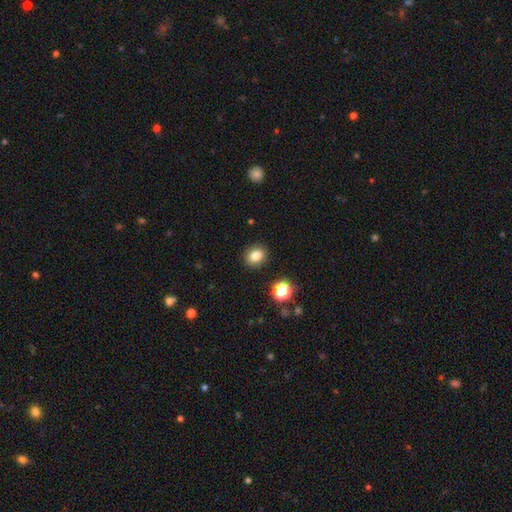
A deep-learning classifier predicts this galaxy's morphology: Smooth or featured?
  - smooth: 81% *
  - star or artifact: 12%
  - featured or disk: 6%
How rounded?
  - round: 58% *
  - in between: 41%
  - cigar-shaped: 1%
Merging?
  - none: 89% *
  - minor disturbance: 7%
  - major disturbance: 2%
  - merger: 2%